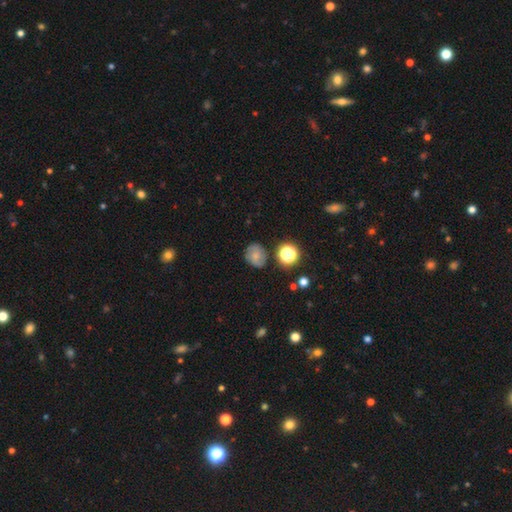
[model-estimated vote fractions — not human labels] Smooth or featured?
  - smooth: 58% *
  - featured or disk: 28%
  - star or artifact: 14%
How rounded?
  - round: 68% *
  - in between: 31%
  - cigar-shaped: 1%
Merging?
  - none: 72% *
  - minor disturbance: 19%
  - major disturbance: 6%
  - merger: 4%